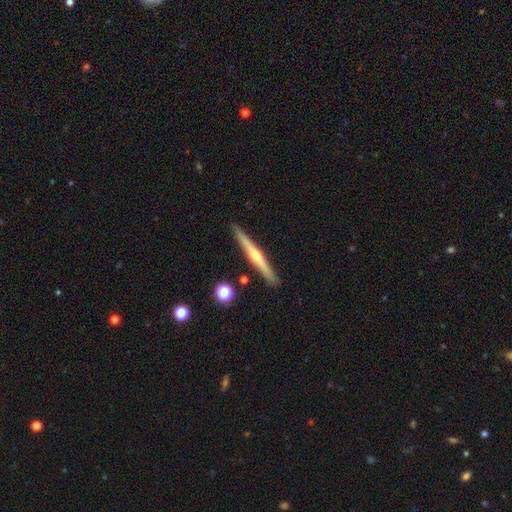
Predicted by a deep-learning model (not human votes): Smooth or featured?
  - featured or disk: 72% *
  - smooth: 22%
  - star or artifact: 6%
Edge-on disk?
  - yes: 98% *
  - no: 2%
Edge-on bulge?
  - rounded: 86% *
  - none: 11%
  - boxy: 3%
Merging?
  - none: 91% *
  - minor disturbance: 6%
  - merger: 2%
  - major disturbance: 1%